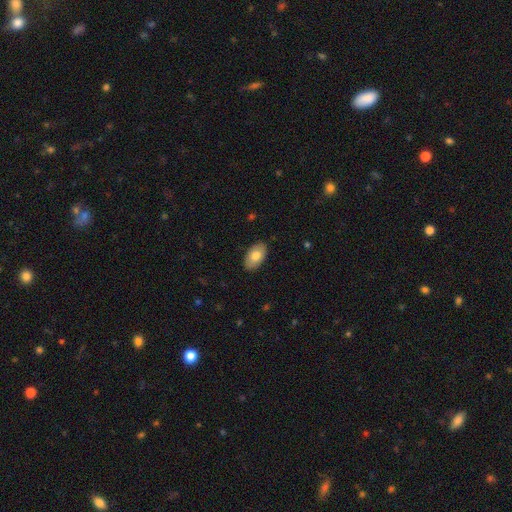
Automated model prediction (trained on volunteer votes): Smooth or featured? smooth (78%)
How rounded? in between (94%)
Merging? none (88%)